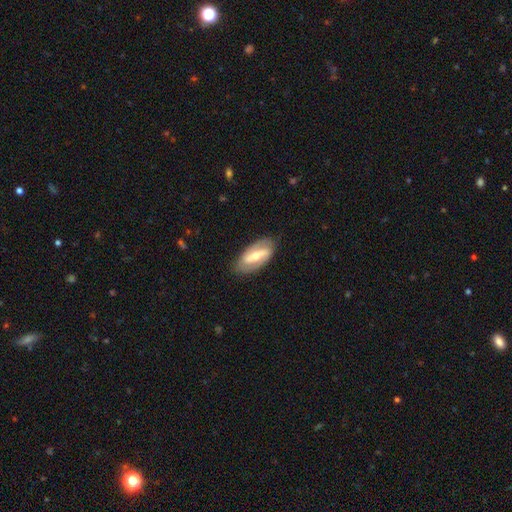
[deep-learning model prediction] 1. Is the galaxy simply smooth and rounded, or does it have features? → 76% featured or disk, 19% smooth, 5% star or artifact.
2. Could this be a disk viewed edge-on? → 91% no, 9% yes.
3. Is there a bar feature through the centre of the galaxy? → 62% strong, 27% weak, 11% no.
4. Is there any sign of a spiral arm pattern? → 81% yes, 19% no.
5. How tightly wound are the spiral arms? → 39% medium, 34% loose, 27% tight.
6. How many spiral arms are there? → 88% 2, 7% can't tell, 2% 1, 1% 3, 1% 4, 1% more than 4.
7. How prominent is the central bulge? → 56% moderate, 38% small, 4% large, 2% none, 1% dominant.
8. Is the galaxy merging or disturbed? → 85% none, 11% minor disturbance, 3% major disturbance, 1% merger.